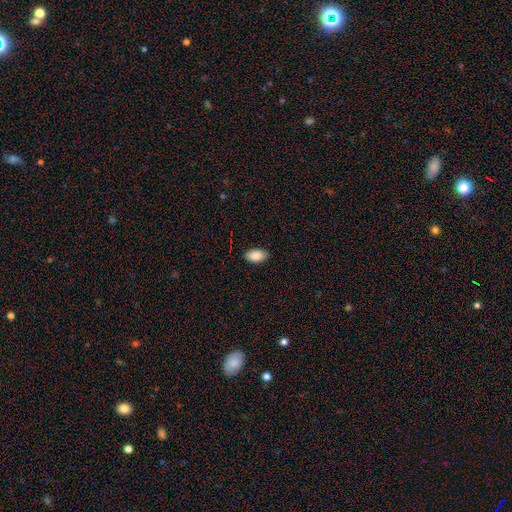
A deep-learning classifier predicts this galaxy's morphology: Q: Smooth or featured?
A: smooth (89%); runner-up: star or artifact (7%)
Q: How rounded?
A: in between (94%); runner-up: round (4%)
Q: Merging?
A: none (88%); runner-up: minor disturbance (9%)